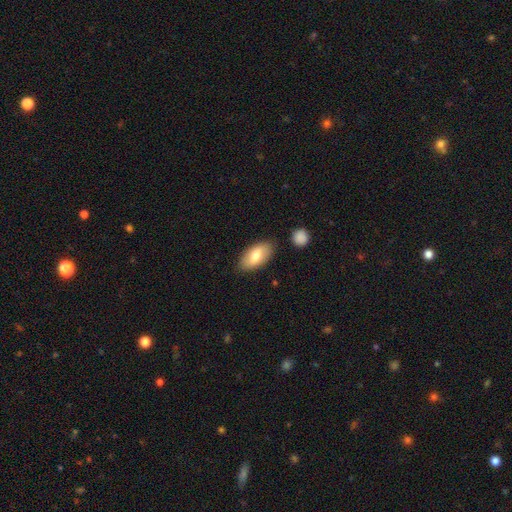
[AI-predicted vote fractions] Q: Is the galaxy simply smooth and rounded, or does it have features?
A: smooth — 74%.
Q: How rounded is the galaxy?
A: in between — 93%.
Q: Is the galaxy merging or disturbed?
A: none — 83%.